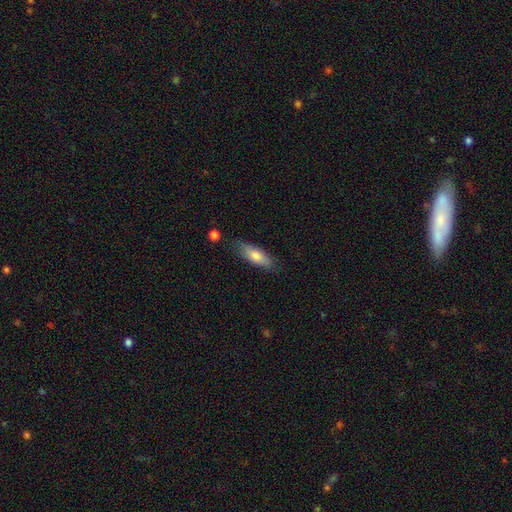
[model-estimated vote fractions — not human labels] Smooth or featured: smooth — 76% (featured or disk — 18%)
How rounded: in between — 63% (cigar-shaped — 35%)
Merging: none — 78% (minor disturbance — 16%)